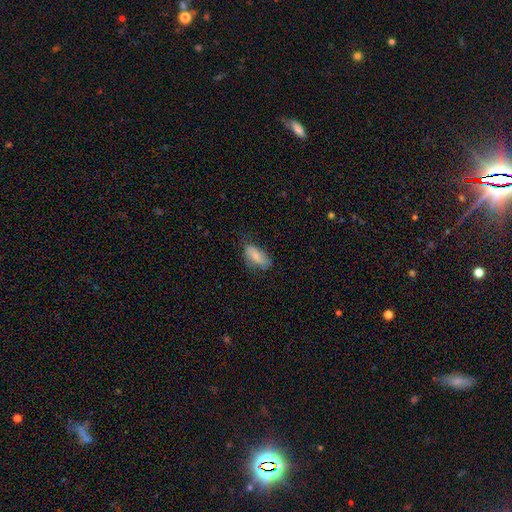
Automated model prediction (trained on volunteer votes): Smooth or featured? smooth (75%)
How rounded? in between (91%)
Merging? none (57%)